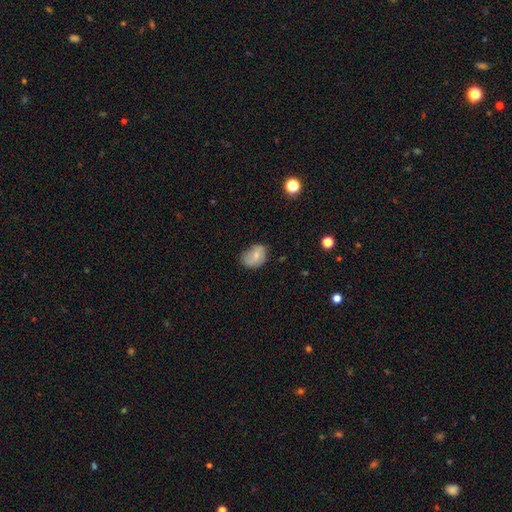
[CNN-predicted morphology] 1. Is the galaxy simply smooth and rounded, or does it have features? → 64% smooth, 27% featured or disk, 8% star or artifact.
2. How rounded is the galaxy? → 69% in between, 30% round, 1% cigar-shaped.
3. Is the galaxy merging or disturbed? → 58% none, 32% minor disturbance, 9% major disturbance, 2% merger.